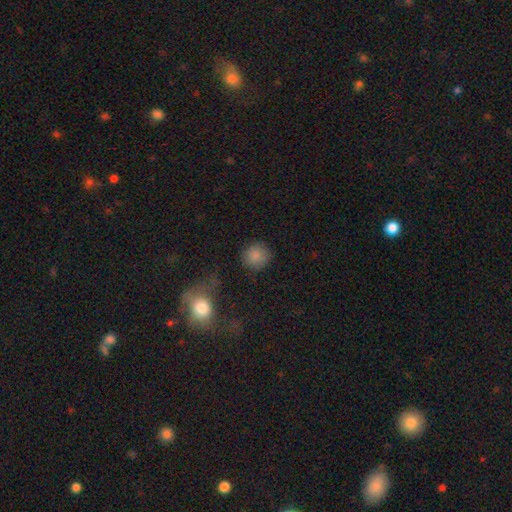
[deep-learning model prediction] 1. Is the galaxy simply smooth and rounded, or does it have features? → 84% smooth, 11% star or artifact, 5% featured or disk.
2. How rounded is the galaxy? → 92% round, 7% in between, 1% cigar-shaped.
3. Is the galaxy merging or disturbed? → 86% none, 8% minor disturbance, 3% major disturbance, 2% merger.